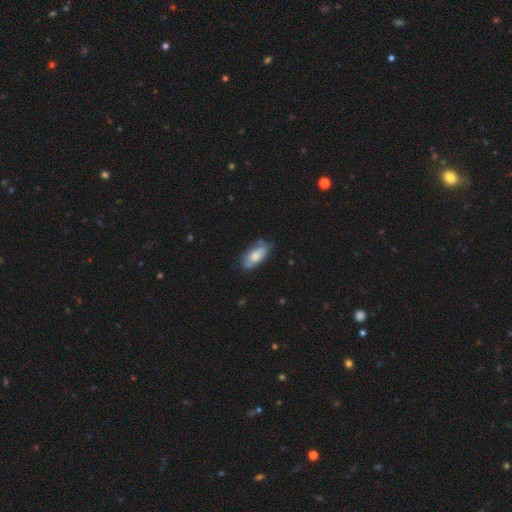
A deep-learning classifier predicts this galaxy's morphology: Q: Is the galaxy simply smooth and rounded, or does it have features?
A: smooth — 64%.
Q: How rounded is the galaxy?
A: in between — 90%.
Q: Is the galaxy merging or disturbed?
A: none — 63%.